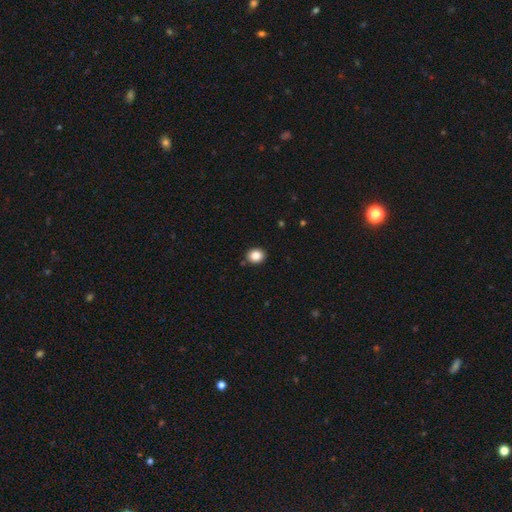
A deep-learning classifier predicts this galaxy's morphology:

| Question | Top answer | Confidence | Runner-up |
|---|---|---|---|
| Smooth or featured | smooth | 86% | star or artifact (9%) |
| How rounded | round | 62% | in between (37%) |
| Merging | none | 89% | minor disturbance (7%) |